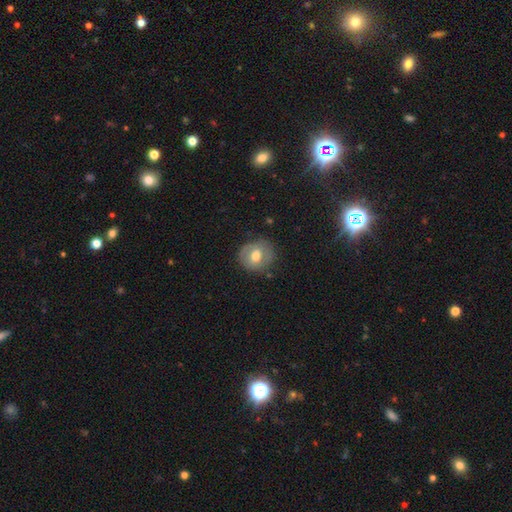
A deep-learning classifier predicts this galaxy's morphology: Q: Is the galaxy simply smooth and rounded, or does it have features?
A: smooth — 60%.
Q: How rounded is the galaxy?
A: round — 82%.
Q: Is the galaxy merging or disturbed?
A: none — 79%.